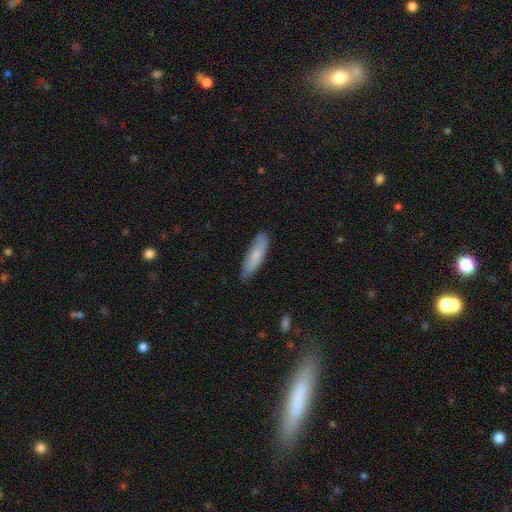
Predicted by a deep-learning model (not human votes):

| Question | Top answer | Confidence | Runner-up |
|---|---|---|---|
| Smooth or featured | smooth | 78% | featured or disk (16%) |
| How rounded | cigar-shaped | 66% | in between (33%) |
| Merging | none | 78% | minor disturbance (18%) |